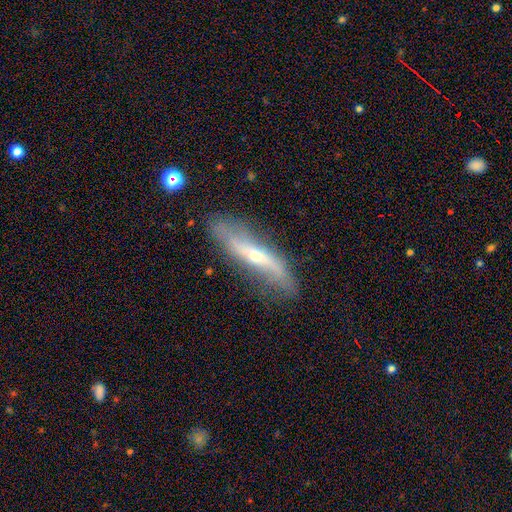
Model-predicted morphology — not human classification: type=featured or disk (73%); edge-on=yes (52%); merging=none (74%).